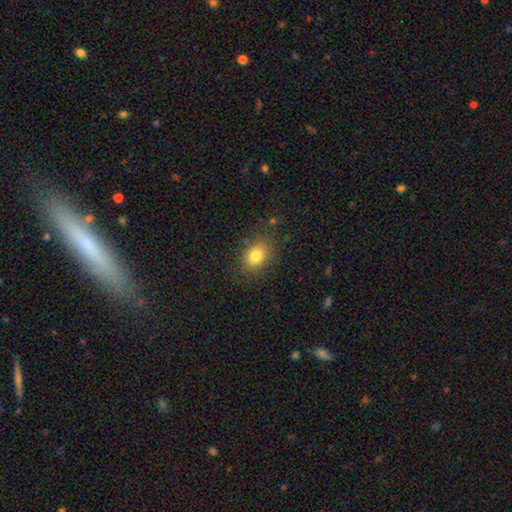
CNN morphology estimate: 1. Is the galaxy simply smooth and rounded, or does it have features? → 80% smooth, 11% star or artifact, 9% featured or disk.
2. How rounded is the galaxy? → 66% in between, 33% round, 1% cigar-shaped.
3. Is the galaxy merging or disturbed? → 81% none, 13% minor disturbance, 5% major disturbance, 2% merger.